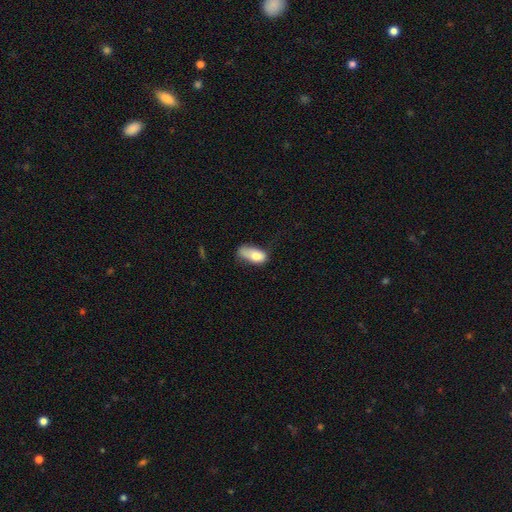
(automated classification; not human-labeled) Morphology: type=smooth (76%); roundness=in between (87%); merging=minor disturbance (39%).